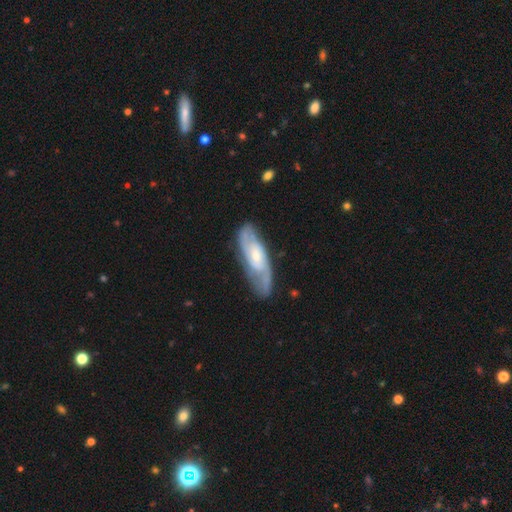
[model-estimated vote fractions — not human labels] smooth-or-featured: featured or disk: 81% | smooth: 15% | star or artifact: 5%
  disk-edge-on: no: 87% | yes: 13%
    bar: no: 54% | weak: 37% | strong: 9%
    has-spiral-arms: yes: 94% | no: 6%
      spiral-winding: medium: 44% | tight: 41% | loose: 15%
      spiral-arm-count: 2: 75% | can't tell: 15% | 3: 5% | 1: 2% | 4: 2% | more than 4: 2%
    bulge-size: small: 59% | moderate: 36% | none: 3% | large: 2% | dominant: 1%
  merging: none: 80% | minor disturbance: 15% | major disturbance: 4% | merger: 1%